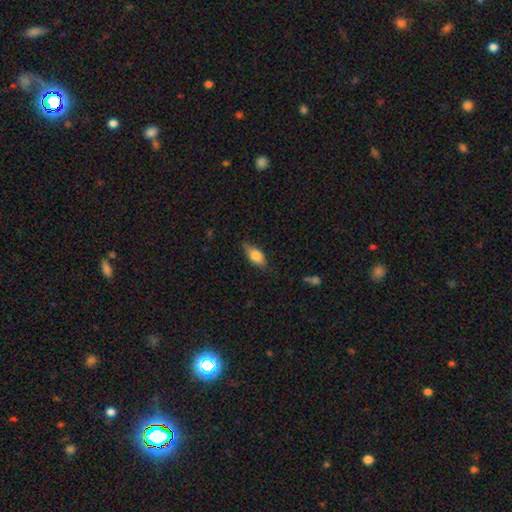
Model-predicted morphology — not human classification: A smooth galaxy with no disk features (75%) that is in between round and cigar-shaped (84%).

Vote fractions:
- Smooth or featured? smooth: 75% / featured or disk: 18% / star or artifact: 7%
- How rounded? in between: 84% / cigar-shaped: 11% / round: 5%
- Merging? none: 75% / minor disturbance: 20% / major disturbance: 4% / merger: 1%